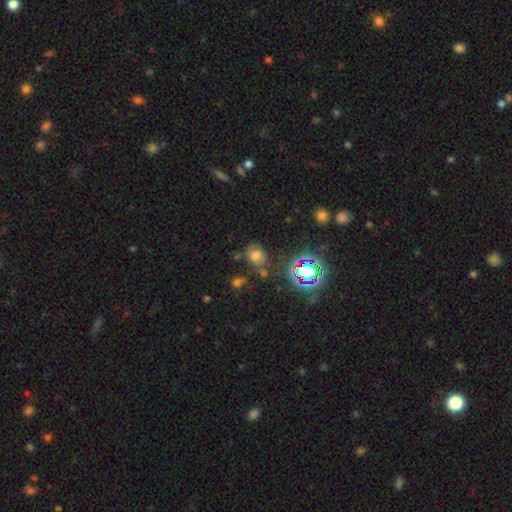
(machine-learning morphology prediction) Q: Smooth or featured?
A: smooth (53%); runner-up: star or artifact (29%)
Q: How rounded?
A: in between (52%); runner-up: round (47%)
Q: Merging?
A: none (62%); runner-up: minor disturbance (20%)